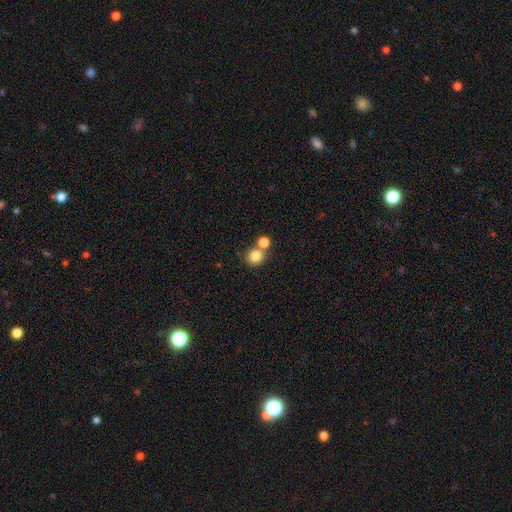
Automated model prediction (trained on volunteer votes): Smooth or featured? Predicted: smooth (p=0.82). How rounded? Predicted: round (p=0.87). Merging? Predicted: none (p=0.57).